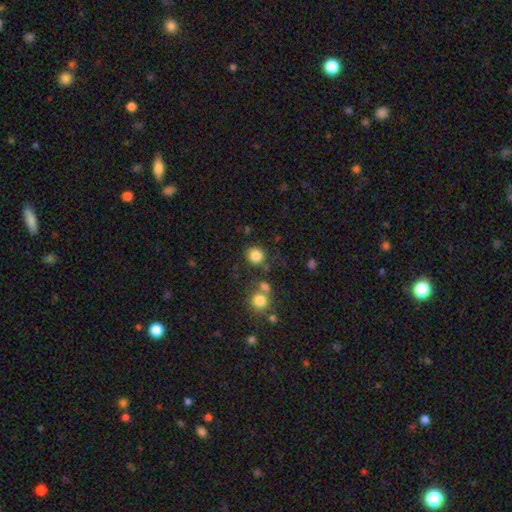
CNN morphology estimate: Smooth or featured: smooth — 83% (star or artifact — 11%)
How rounded: round — 87% (in between — 12%)
Merging: none — 77% (minor disturbance — 10%)